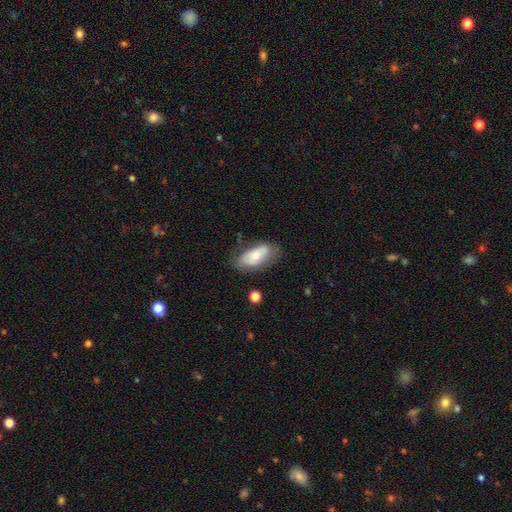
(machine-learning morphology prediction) This appears to be a smooth galaxy with no disk features (58%) that is in between round and cigar-shaped (88%). Merging: none (67%).